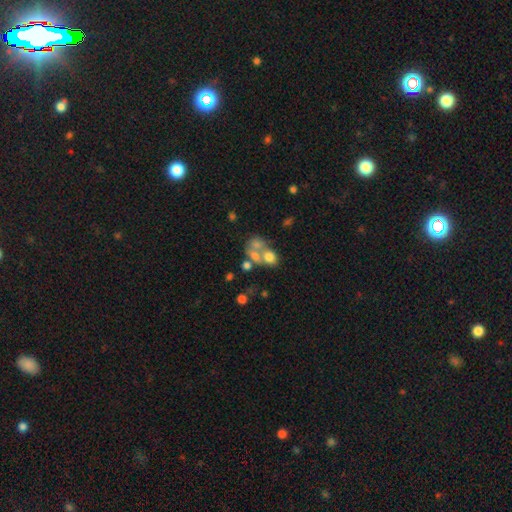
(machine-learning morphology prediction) smooth_or_featured: smooth (p=0.54) [alt: featured or disk p=0.31]
how_rounded: in between (p=0.51) [alt: round p=0.48]
merging: merger (p=0.60) [alt: none p=0.23]